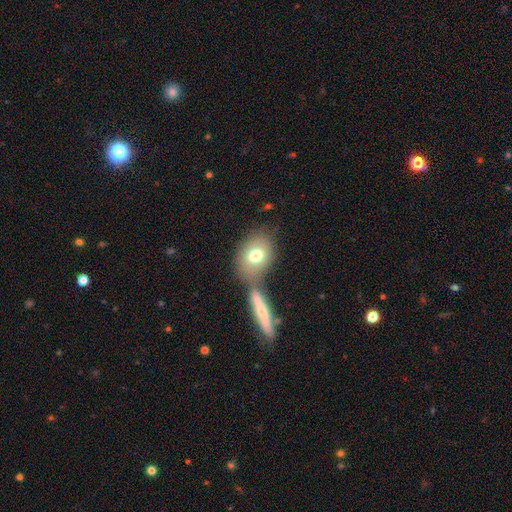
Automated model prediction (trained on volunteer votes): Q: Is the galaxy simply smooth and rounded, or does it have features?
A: smooth — 72%.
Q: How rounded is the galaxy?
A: in between — 62%.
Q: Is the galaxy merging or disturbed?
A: none — 48%.